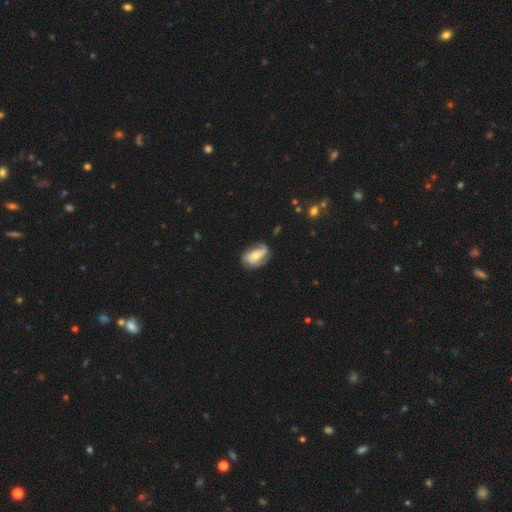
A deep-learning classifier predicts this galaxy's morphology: smooth-or-featured: featured or disk: 66% | smooth: 27% | star or artifact: 7%
  disk-edge-on: no: 96% | yes: 4%
    bar: no: 51% | weak: 33% | strong: 16%
    has-spiral-arms: yes: 89% | no: 11%
      spiral-winding: medium: 38% (tied) | loose: 38% (tied) | tight: 25%
      spiral-arm-count: 2: 54% | 3: 16% | can't tell: 15% | 1: 9% | 4: 3% | more than 4: 2%
    bulge-size: moderate: 54% | small: 37% | large: 5% | none: 3% | dominant: 1%
  merging: none: 63% | minor disturbance: 24% | major disturbance: 11% | merger: 2%